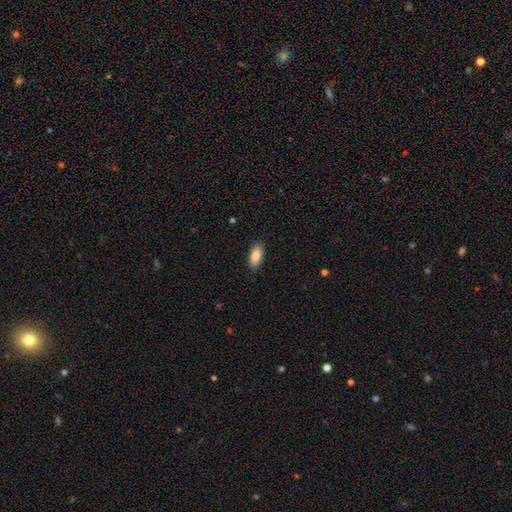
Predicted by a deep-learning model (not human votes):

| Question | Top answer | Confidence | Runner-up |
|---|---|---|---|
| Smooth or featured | smooth | 86% | featured or disk (8%) |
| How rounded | in between | 87% | cigar-shaped (11%) |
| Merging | none | 88% | minor disturbance (9%) |